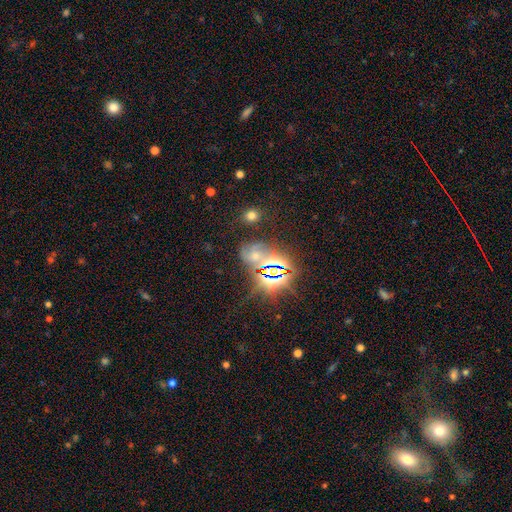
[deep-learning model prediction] smooth-or-featured: star or artifact: 54% | smooth: 26% | featured or disk: 21%